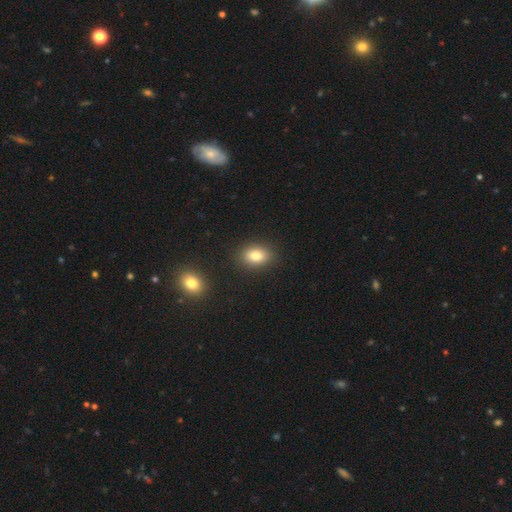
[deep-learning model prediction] Smooth or featured? smooth (81%)
How rounded? in between (70%)
Merging? none (87%)